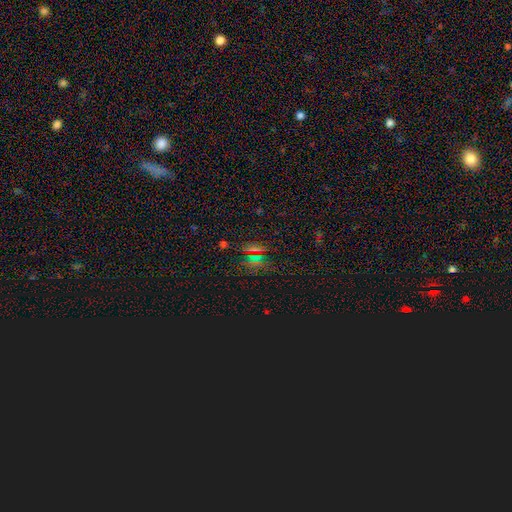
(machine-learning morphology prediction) Smooth or featured: smooth — 47% (star or artifact — 45%)
Merging: none — 74% (minor disturbance — 14%)